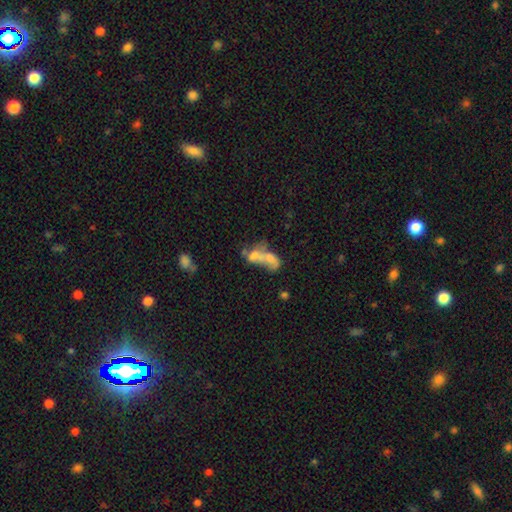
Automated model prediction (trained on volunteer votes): Q: Smooth or featured?
A: smooth (45%); runner-up: featured or disk (39%)
Q: Merging?
A: merger (63%); runner-up: none (16%)